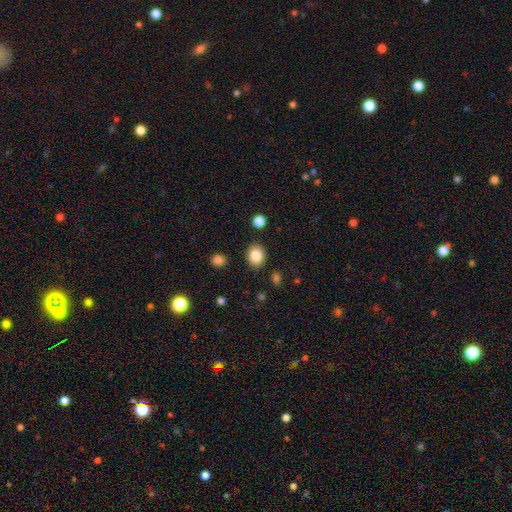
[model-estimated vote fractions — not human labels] Q: Smooth or featured?
A: smooth (85%); runner-up: star or artifact (9%)
Q: How rounded?
A: round (63%); runner-up: in between (36%)
Q: Merging?
A: none (88%); runner-up: minor disturbance (8%)